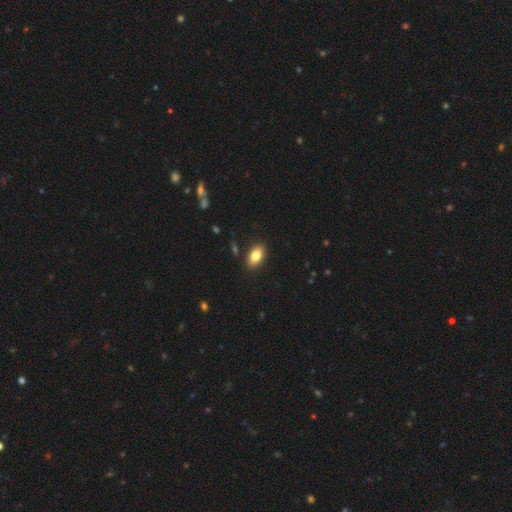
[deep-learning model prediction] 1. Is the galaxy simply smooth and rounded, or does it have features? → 82% smooth, 11% featured or disk, 8% star or artifact.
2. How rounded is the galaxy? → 90% in between, 7% round, 3% cigar-shaped.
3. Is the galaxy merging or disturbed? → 88% none, 8% minor disturbance, 2% major disturbance, 2% merger.